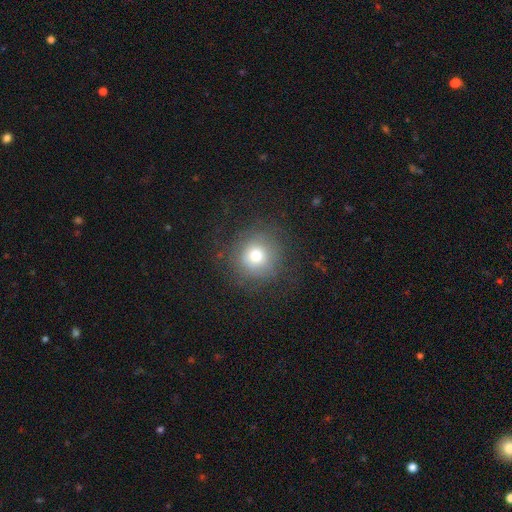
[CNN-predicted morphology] Overall: smooth (71%). How rounded: round (93%). Merging: none (78%).